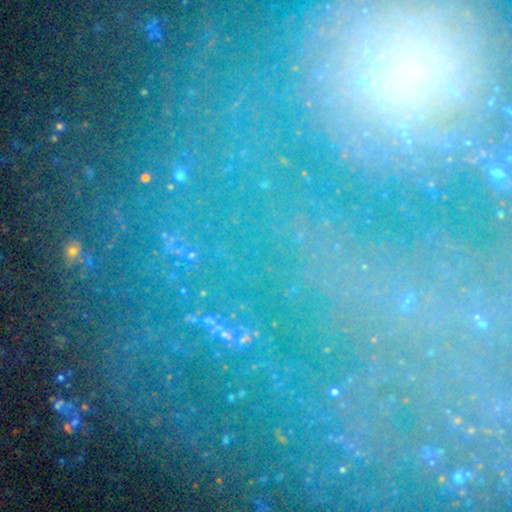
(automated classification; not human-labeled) Morphology: type=star or artifact (58%).